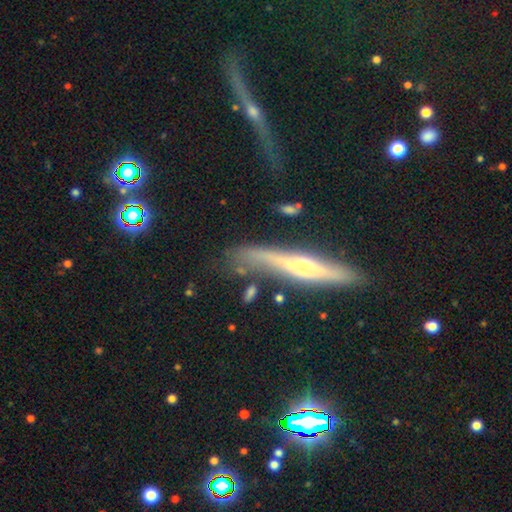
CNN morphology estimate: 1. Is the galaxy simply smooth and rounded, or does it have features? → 65% featured or disk, 24% smooth, 11% star or artifact.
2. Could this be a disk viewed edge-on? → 92% yes, 8% no.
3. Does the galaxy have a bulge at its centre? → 68% rounded, 21% none, 11% boxy.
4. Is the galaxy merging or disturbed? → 73% none, 17% minor disturbance, 5% major disturbance, 5% merger.